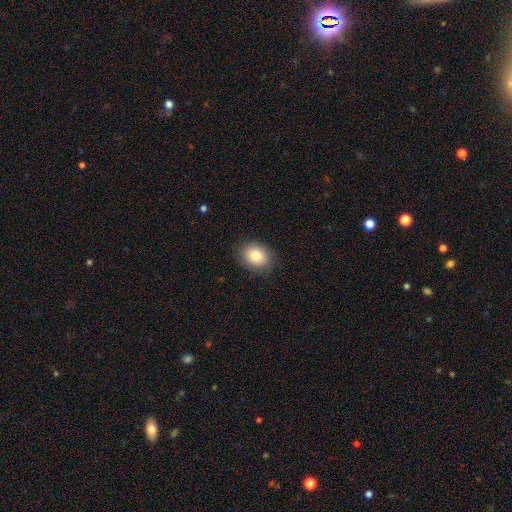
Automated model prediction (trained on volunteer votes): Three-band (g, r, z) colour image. It shows a smooth galaxy with no disk features (83%) that is in between round and cigar-shaped (54%). Merging: none (83%).